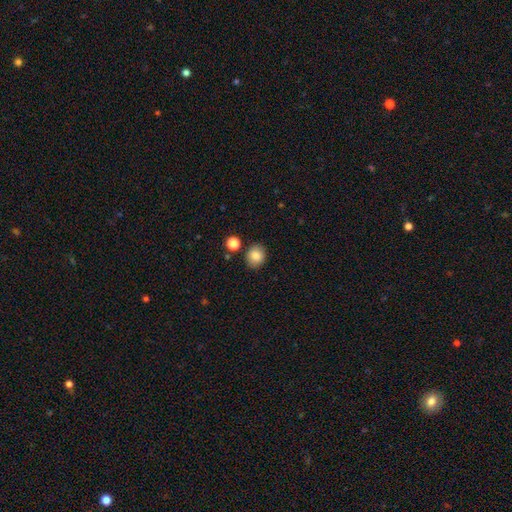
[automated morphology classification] A smooth galaxy with no disk features (84%) that is round (69%). Merging: none (84%).